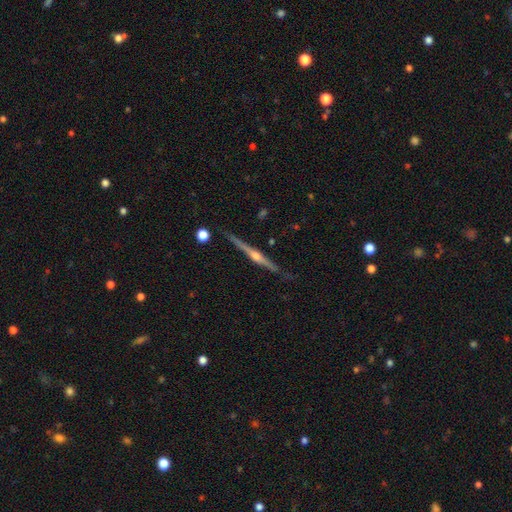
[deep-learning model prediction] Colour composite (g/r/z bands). It shows a featured or disk galaxy (87%) viewed edge-on (99%) with a rounded central bulge (91%). Merging: none (89%).